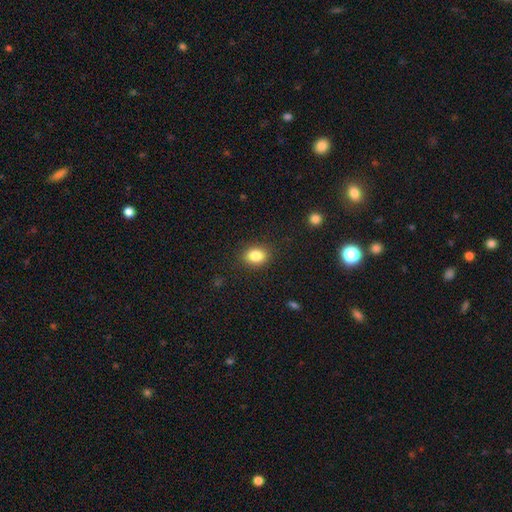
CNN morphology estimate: A smooth galaxy with no disk features (84%) that is in between round and cigar-shaped (61%).

Vote fractions:
- Smooth or featured? smooth: 84% / star or artifact: 10% / featured or disk: 6%
- How rounded? in between: 61% / round: 38% / cigar-shaped: 1%
- Merging? none: 87% / minor disturbance: 9% / major disturbance: 3% / merger: 1%